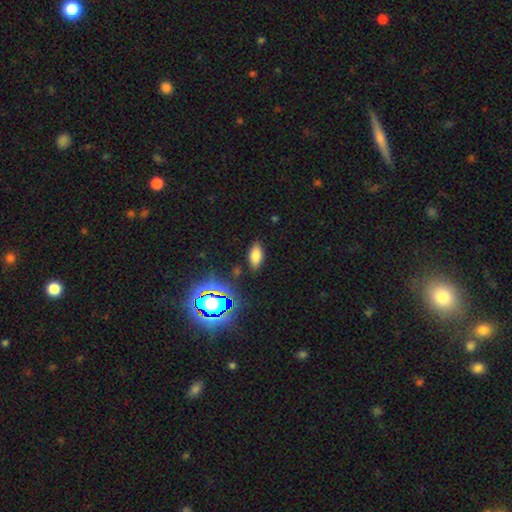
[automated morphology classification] Smooth or featured? Predicted: smooth (p=0.74). How rounded? Predicted: in between (p=0.90). Merging? Predicted: none (p=0.85).